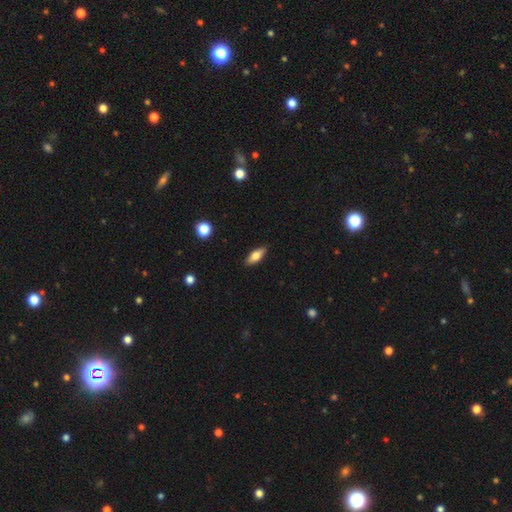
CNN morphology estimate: Smooth or featured: smooth — 67% (featured or disk — 27%)
How rounded: in between — 71% (cigar-shaped — 26%)
Merging: none — 87% (minor disturbance — 10%)